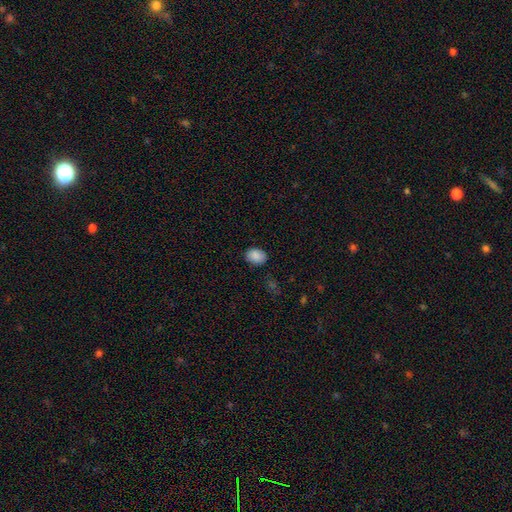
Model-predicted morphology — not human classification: This is clearly a smooth galaxy (87%). How rounded: likely in between (70%). Merging: clearly none (84%).